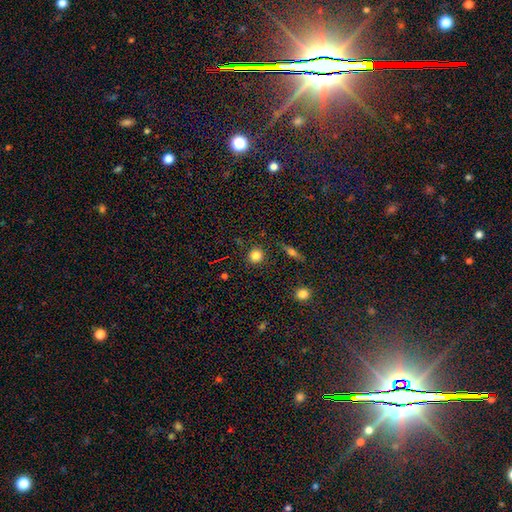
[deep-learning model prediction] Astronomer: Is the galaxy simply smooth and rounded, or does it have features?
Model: smooth — 82%.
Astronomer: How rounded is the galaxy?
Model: round — 91%.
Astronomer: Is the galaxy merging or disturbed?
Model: none — 89%.